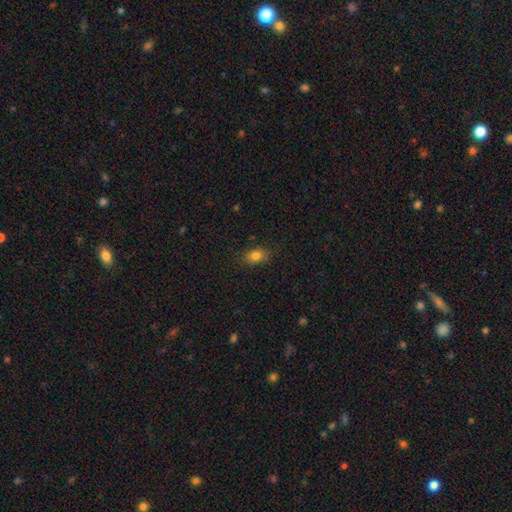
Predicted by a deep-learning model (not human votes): A smooth galaxy with no disk features (81%) that is in between round and cigar-shaped (77%). Merging: none (84%).